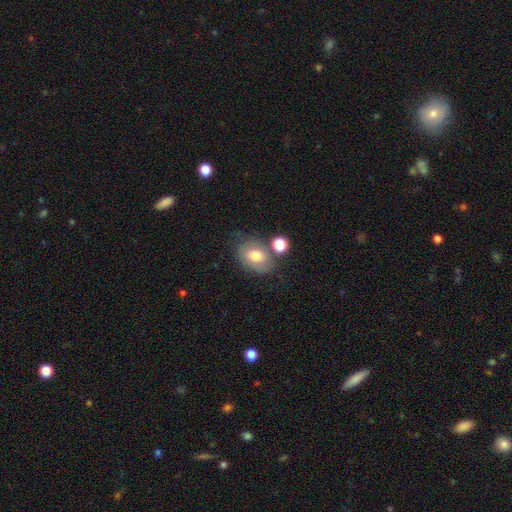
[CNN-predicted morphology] smooth 66%, featured or disk 25%, star or artifact 10%. Down the decision tree: how rounded — in between (70%); merging — none (55%).